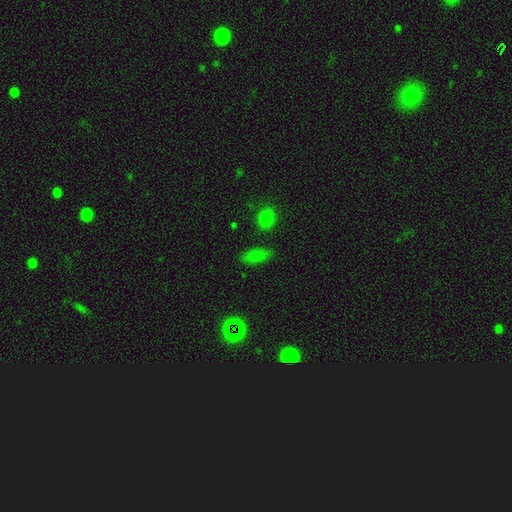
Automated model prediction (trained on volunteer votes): Overall: smooth (76%). How rounded: in between (84%). Merging: none (80%).